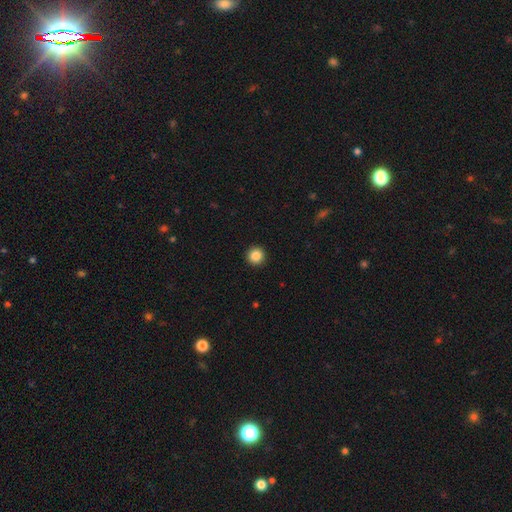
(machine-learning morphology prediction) This is clearly a smooth galaxy (87%). How rounded: clearly round (96%). Merging: clearly none (94%).